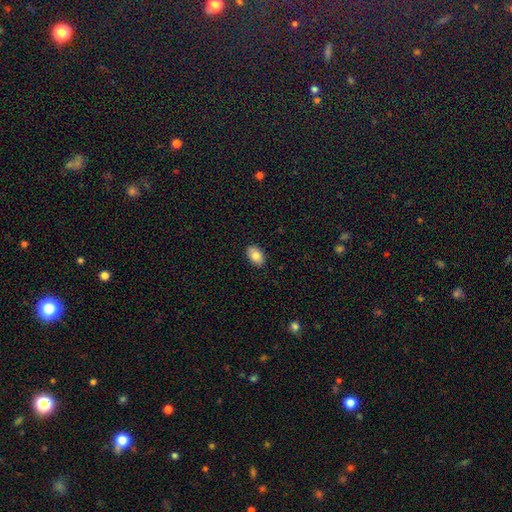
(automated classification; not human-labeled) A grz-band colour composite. It shows a smooth galaxy with no disk features (82%) that is in between round and cigar-shaped (88%). Merging: none (88%).